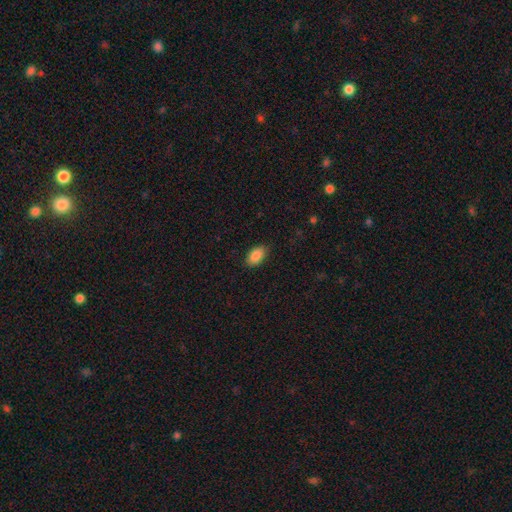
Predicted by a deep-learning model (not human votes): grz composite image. It shows a smooth galaxy with no disk features (88%) that is in between round and cigar-shaped (93%). Merging: none (85%).